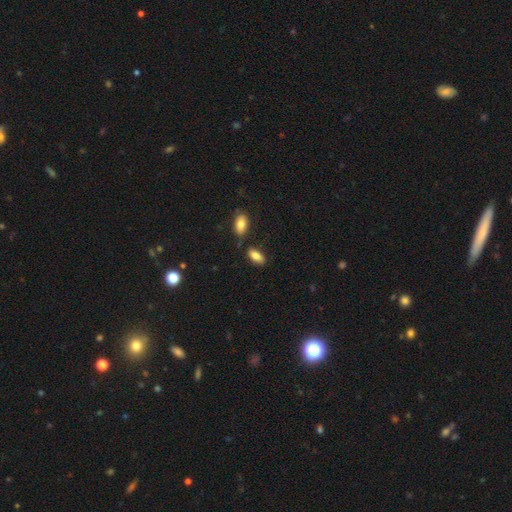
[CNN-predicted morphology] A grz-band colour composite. It shows a smooth galaxy with no disk features (84%) that is in between round and cigar-shaped (89%). Merging: none (76%).